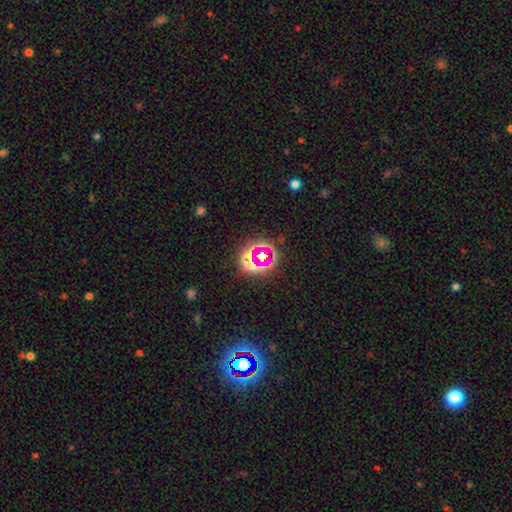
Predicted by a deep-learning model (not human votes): Smooth or featured: star or artifact — 67% (smooth — 21%)